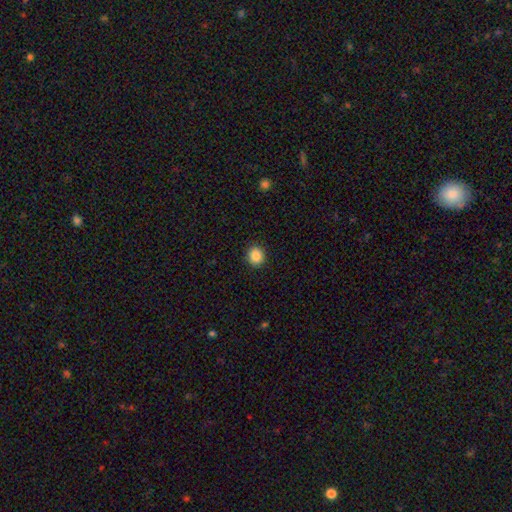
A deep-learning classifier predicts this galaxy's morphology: type=smooth (88%); roundness=round (78%); merging=none (91%).